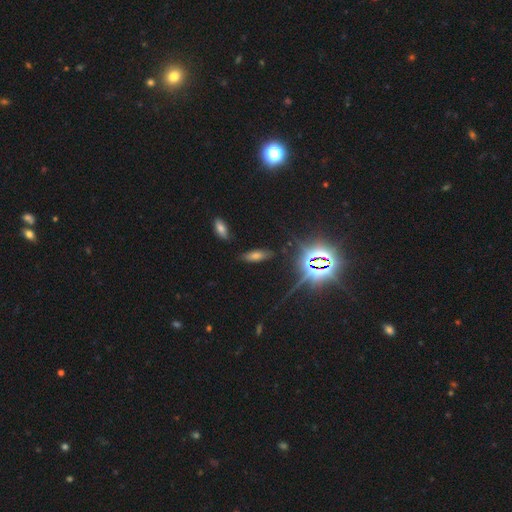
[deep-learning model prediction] A star or artifact, not a galaxy (42%, tied with smooth).